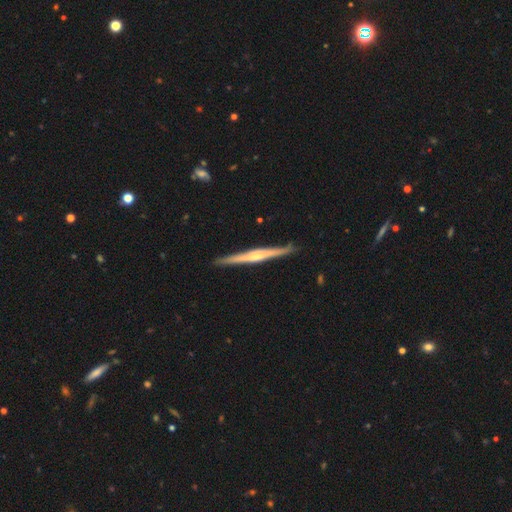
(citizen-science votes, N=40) This is likely a featured or disk galaxy (75%). It is clearly viewed edge-on (100%). Edge-on bulge: likely rounded (63%). Merging: clearly none (81%).